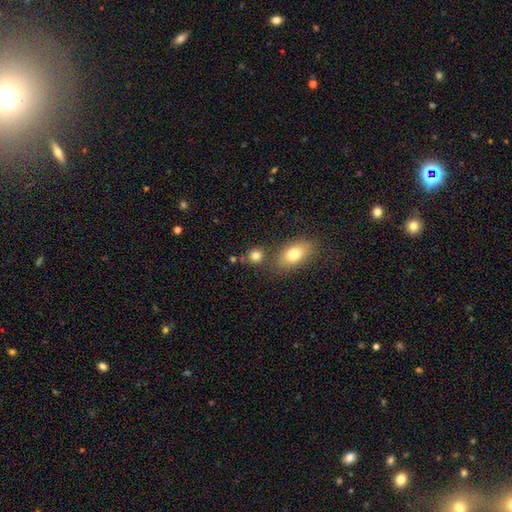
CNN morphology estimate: Smooth or featured?
  - smooth: 82% *
  - star or artifact: 11%
  - featured or disk: 7%
How rounded?
  - round: 72% *
  - in between: 26%
  - cigar-shaped: 2%
Merging?
  - none: 69% *
  - merger: 18%
  - minor disturbance: 10%
  - major disturbance: 4%